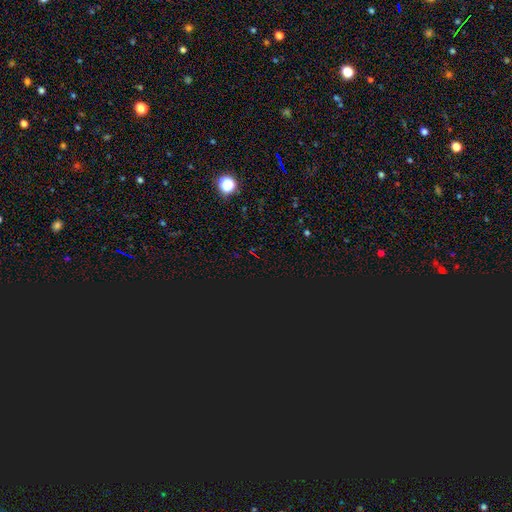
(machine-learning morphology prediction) Smooth or featured? star or artifact (78%)